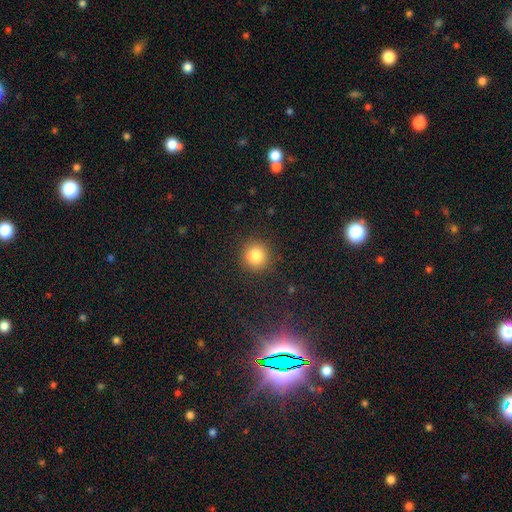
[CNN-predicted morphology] type=smooth (82%); roundness=round (93%); merging=none (89%).